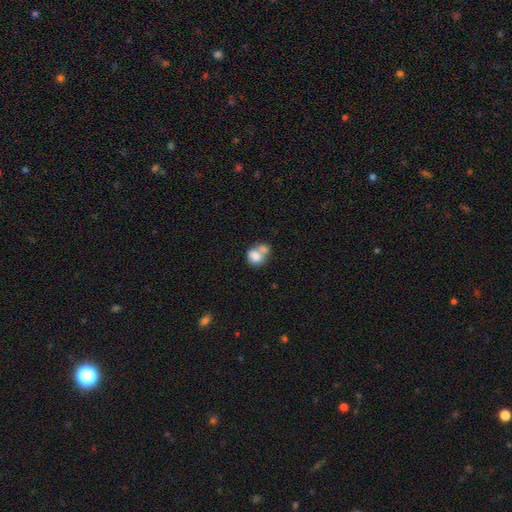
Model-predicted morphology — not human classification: A smooth galaxy with no disk features (75%) that is in between round and cigar-shaped (50%). Merging: merger (61%).